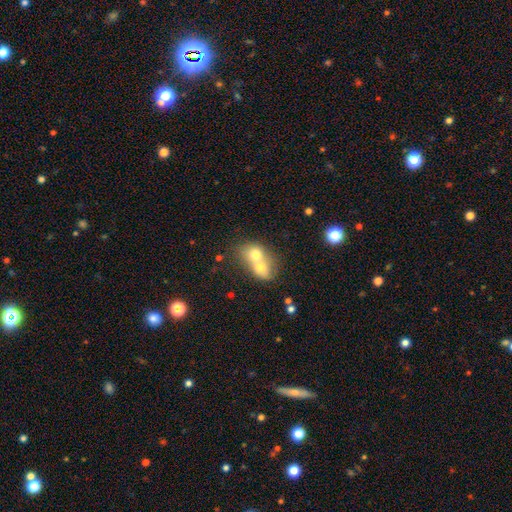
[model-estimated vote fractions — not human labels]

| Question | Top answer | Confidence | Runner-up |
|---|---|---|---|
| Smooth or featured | smooth | 65% | featured or disk (25%) |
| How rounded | round | 51% | in between (48%) |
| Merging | merger | 77% | none (15%) |